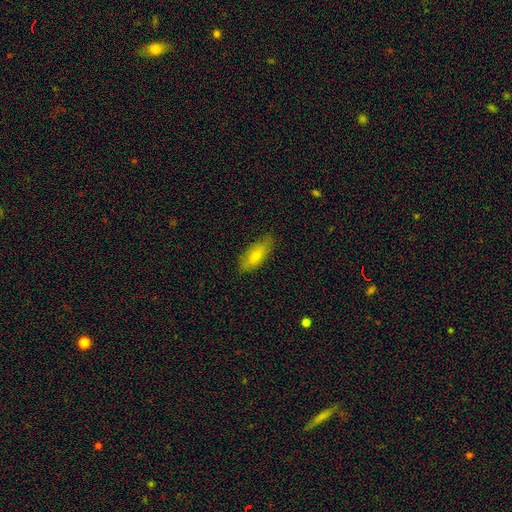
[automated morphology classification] smooth 70%, featured or disk 23%, star or artifact 7%. Down the decision tree: how rounded — in between (73%); merging — none (82%).